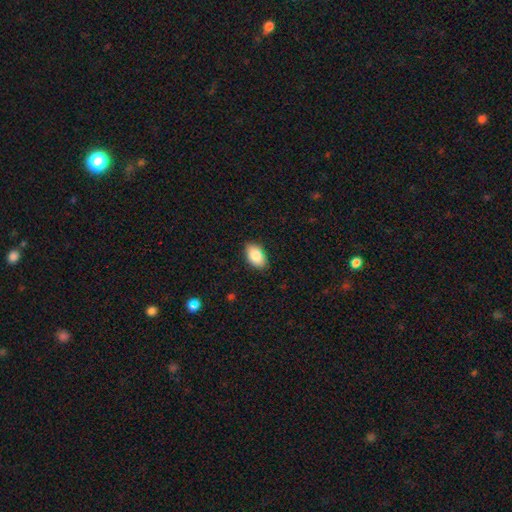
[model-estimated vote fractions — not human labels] smooth-or-featured: smooth: 86% | featured or disk: 7% | star or artifact: 7%
  how-rounded: in between: 92% | round: 6% | cigar-shaped: 1%
  merging: none: 87% | minor disturbance: 10% | major disturbance: 2% | merger: 1%